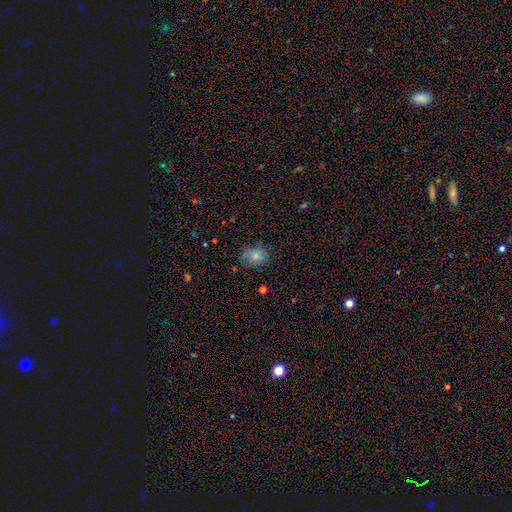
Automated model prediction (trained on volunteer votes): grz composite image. It shows a smooth galaxy with no disk features (74%) that is in between round and cigar-shaped (56%). Merging: none (72%).